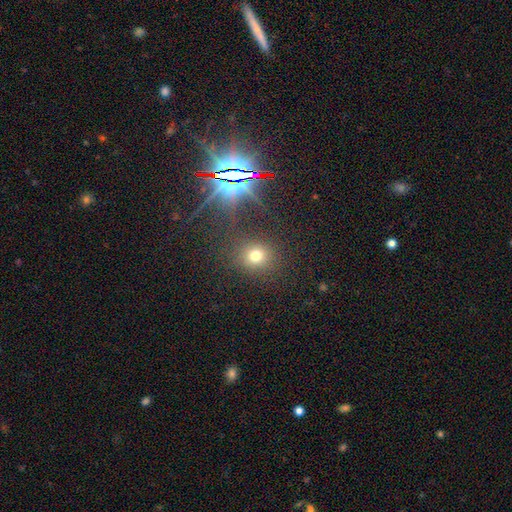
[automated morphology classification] smooth-or-featured: smooth: 67% | star or artifact: 24% | featured or disk: 8%
  how-rounded: round: 83% | in between: 15% | cigar-shaped: 1%
  merging: none: 84% | minor disturbance: 9% | major disturbance: 4% | merger: 3%